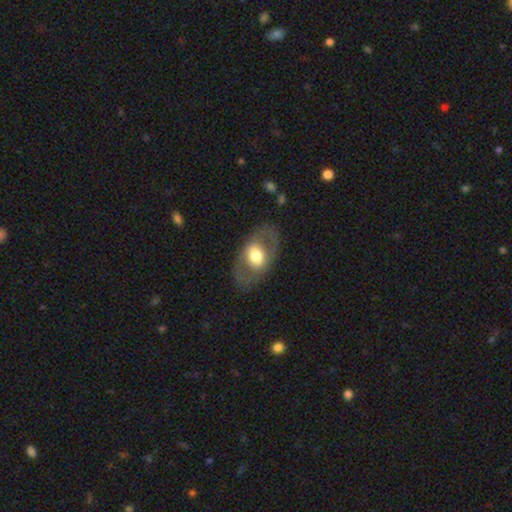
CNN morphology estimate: smooth_or_featured: smooth (p=0.47) [alt: featured or disk p=0.46]
merging: none (p=0.77) [alt: minor disturbance p=0.13]